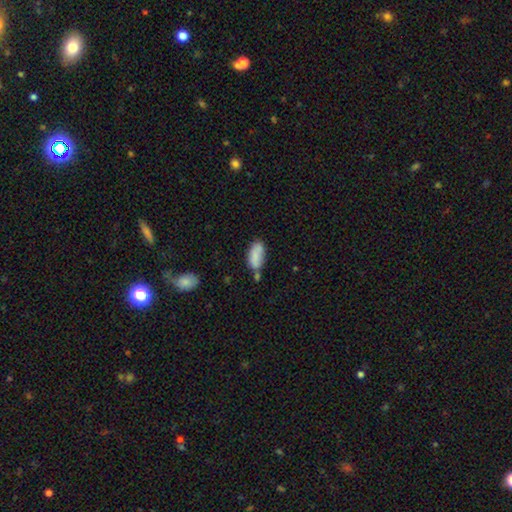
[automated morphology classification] smooth 82%, featured or disk 11%, star or artifact 8%. Down the decision tree: how rounded — in between (90%); merging — none (50%).